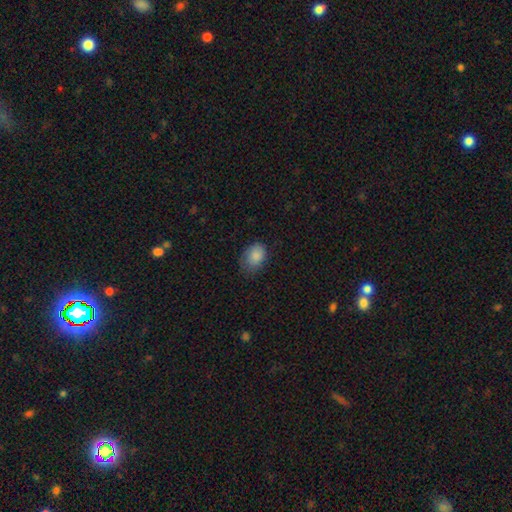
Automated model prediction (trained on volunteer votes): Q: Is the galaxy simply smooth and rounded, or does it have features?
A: smooth — 85%.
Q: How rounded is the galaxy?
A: in between — 72%.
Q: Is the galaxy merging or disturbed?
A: none — 60%.